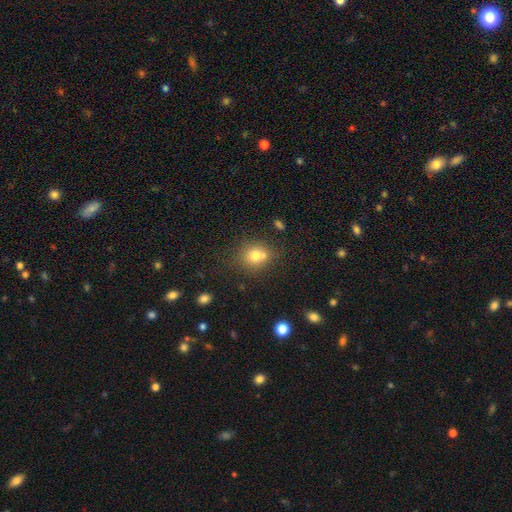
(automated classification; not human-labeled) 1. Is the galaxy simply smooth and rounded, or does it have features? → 74% smooth, 13% featured or disk, 13% star or artifact.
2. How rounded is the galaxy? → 76% round, 23% in between, 1% cigar-shaped.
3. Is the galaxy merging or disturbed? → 57% none, 25% merger, 13% minor disturbance, 4% major disturbance.